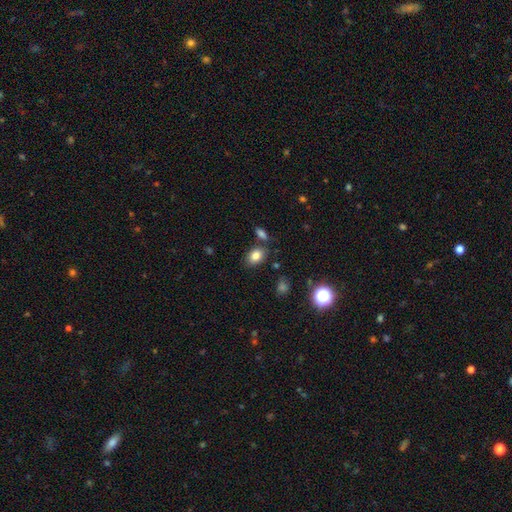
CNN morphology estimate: A smooth galaxy with no disk features (82%) that is in between round and cigar-shaped (81%).

Vote fractions:
- Smooth or featured? smooth: 82% / star or artifact: 10% / featured or disk: 8%
- How rounded? in between: 81% / round: 17% / cigar-shaped: 1%
- Merging? none: 76% / minor disturbance: 12% / merger: 9% / major disturbance: 3%